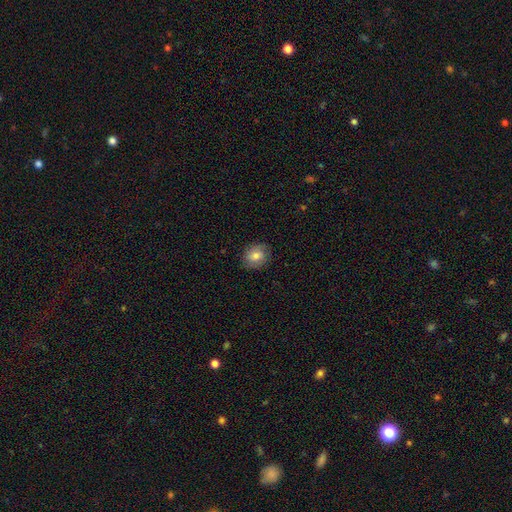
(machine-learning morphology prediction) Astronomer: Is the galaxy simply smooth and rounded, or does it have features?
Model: smooth — 66%.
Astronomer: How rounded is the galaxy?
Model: round — 69%.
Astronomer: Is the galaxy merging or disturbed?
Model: none — 82%.